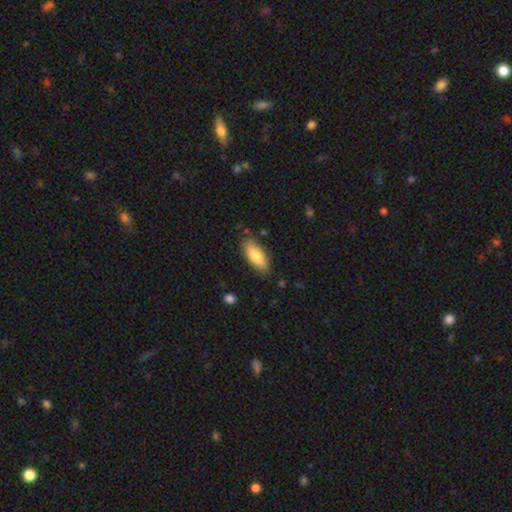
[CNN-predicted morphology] Smooth or featured?
  - smooth: 77% *
  - featured or disk: 17%
  - star or artifact: 6%
How rounded?
  - in between: 80% *
  - cigar-shaped: 18%
  - round: 2%
Merging?
  - none: 80% *
  - minor disturbance: 15%
  - major disturbance: 3%
  - merger: 2%